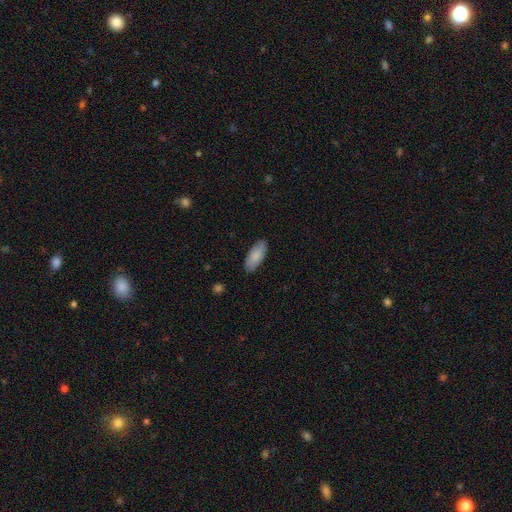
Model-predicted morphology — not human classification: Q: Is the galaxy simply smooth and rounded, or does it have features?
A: smooth — 87%.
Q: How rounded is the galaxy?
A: in between — 84%.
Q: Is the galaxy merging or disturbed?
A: none — 87%.